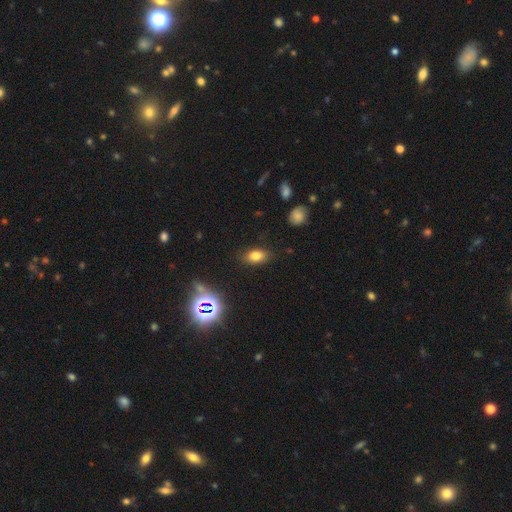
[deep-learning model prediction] The model was most divided on "smooth or featured": smooth: 76%, star or artifact: 15%, featured or disk: 9%. More confident: how rounded — in between (85%); merging — none (84%).